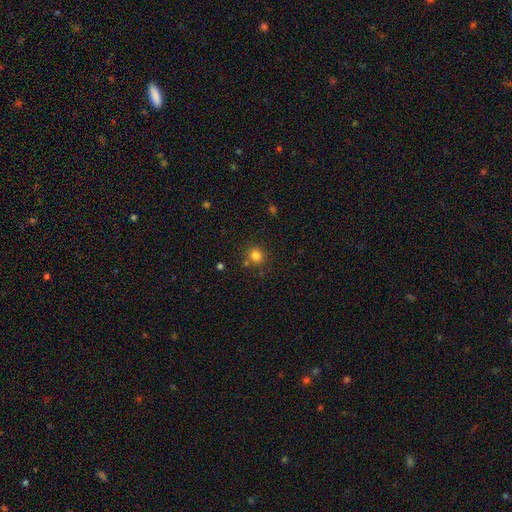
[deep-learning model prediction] Morphology: type=smooth (81%); roundness=round (84%); merging=none (79%).